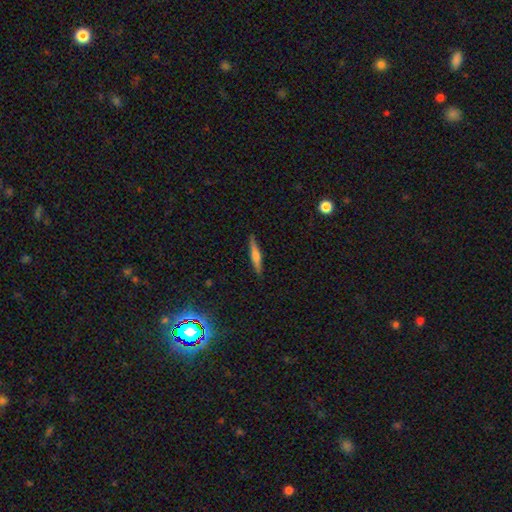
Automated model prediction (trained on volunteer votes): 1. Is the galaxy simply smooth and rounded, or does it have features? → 51% featured or disk, 42% smooth, 7% star or artifact.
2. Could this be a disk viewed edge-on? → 96% yes, 4% no.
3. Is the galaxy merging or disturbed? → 89% none, 8% minor disturbance, 2% major disturbance, 1% merger.